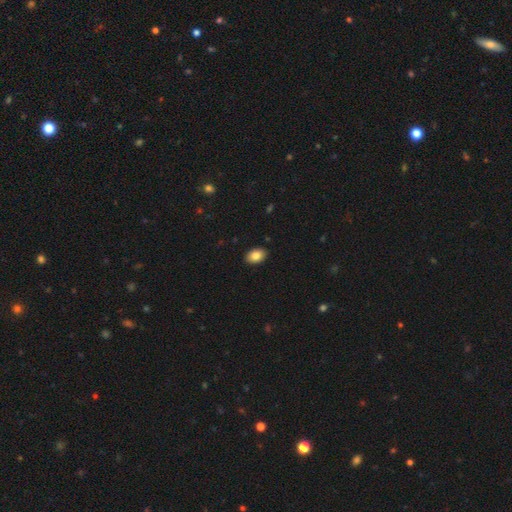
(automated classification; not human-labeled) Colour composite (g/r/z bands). It shows a smooth galaxy with no disk features (86%) that is in between round and cigar-shaped (86%). Merging: none (90%).